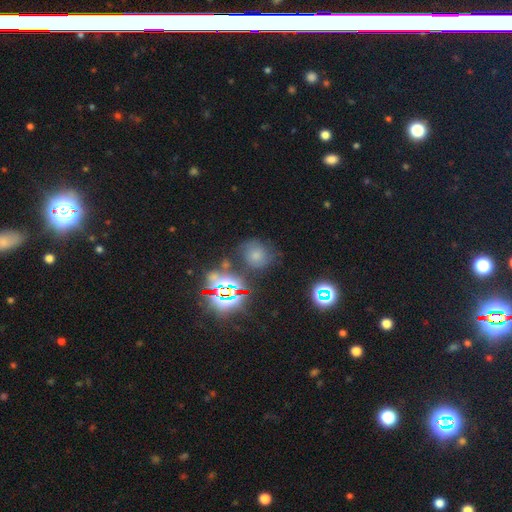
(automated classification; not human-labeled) Smooth or featured? smooth (55%)
How rounded? round (76%)
Merging? none (66%)